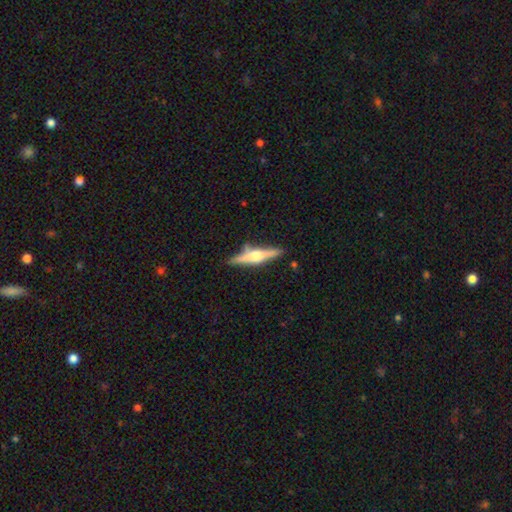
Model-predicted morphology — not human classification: type=featured or disk (67%); edge-on=yes (97%); edge-on bulge=rounded (90%); merging=none (77%).